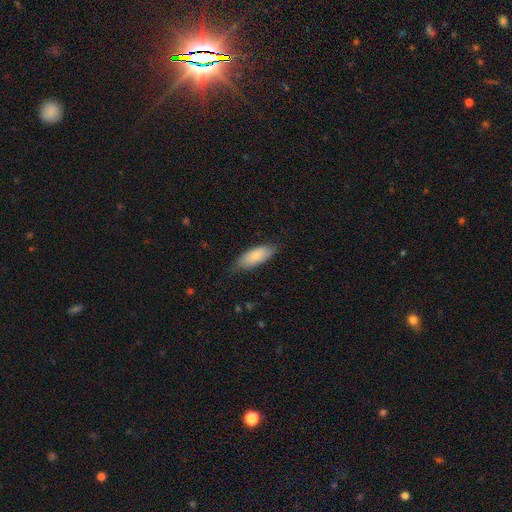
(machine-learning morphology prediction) A smooth galaxy with no disk features (81%) that is in between round and cigar-shaped (80%).

Vote fractions:
- Smooth or featured? smooth: 81% / featured or disk: 13% / star or artifact: 6%
- How rounded? in between: 80% / cigar-shaped: 18% / round: 2%
- Merging? none: 72% / minor disturbance: 23% / major disturbance: 4% / merger: 1%